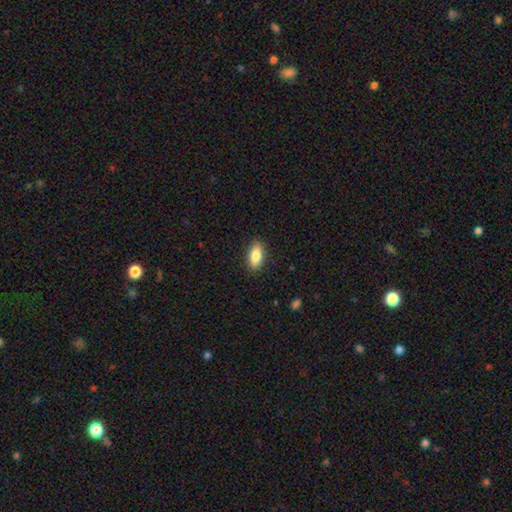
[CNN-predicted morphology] A smooth galaxy with no disk features (84%) that is in between round and cigar-shaped (88%).

Vote fractions:
- Smooth or featured? smooth: 84% / featured or disk: 9% / star or artifact: 7%
- How rounded? in between: 88% / cigar-shaped: 9% / round: 3%
- Merging? none: 88% / minor disturbance: 9% / major disturbance: 2% / merger: 1%